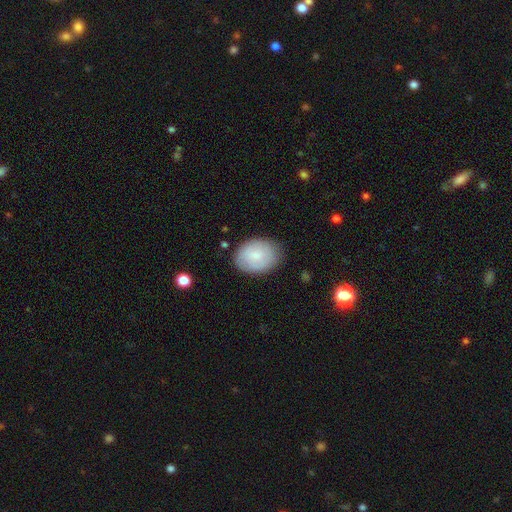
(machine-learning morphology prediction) smooth-or-featured: smooth: 75% | featured or disk: 19% | star or artifact: 6%
  how-rounded: in between: 68% | round: 31% | cigar-shaped: 1%
  merging: none: 79% | minor disturbance: 16% | major disturbance: 4% | merger: 1%